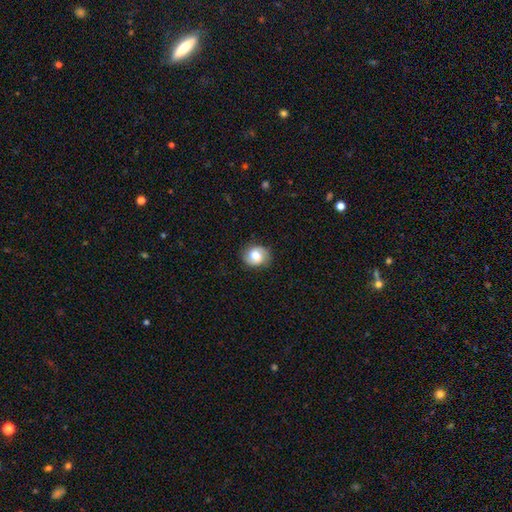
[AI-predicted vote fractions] Morphology: type=smooth (67%); roundness=round (66%); merging=none (81%).